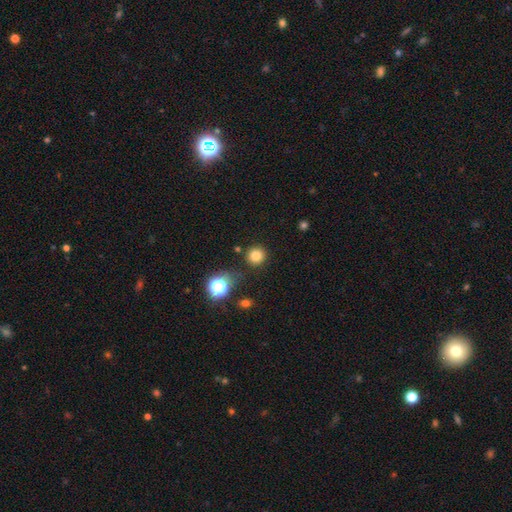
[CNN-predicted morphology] smooth-or-featured: smooth: 81% | star or artifact: 15% | featured or disk: 5%
  how-rounded: round: 93% | in between: 6% | cigar-shaped: 1%
  merging: none: 85% | minor disturbance: 9% | merger: 3% | major disturbance: 3%